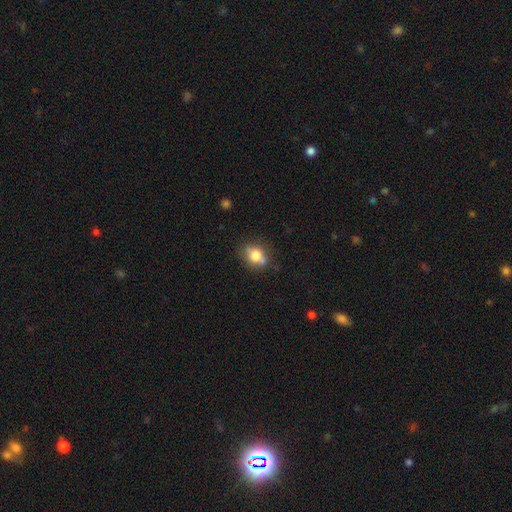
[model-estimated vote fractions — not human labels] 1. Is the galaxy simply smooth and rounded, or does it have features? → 73% smooth, 17% featured or disk, 10% star or artifact.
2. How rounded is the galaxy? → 54% in between, 44% round, 2% cigar-shaped.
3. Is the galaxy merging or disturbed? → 66% none, 21% minor disturbance, 8% merger, 5% major disturbance.